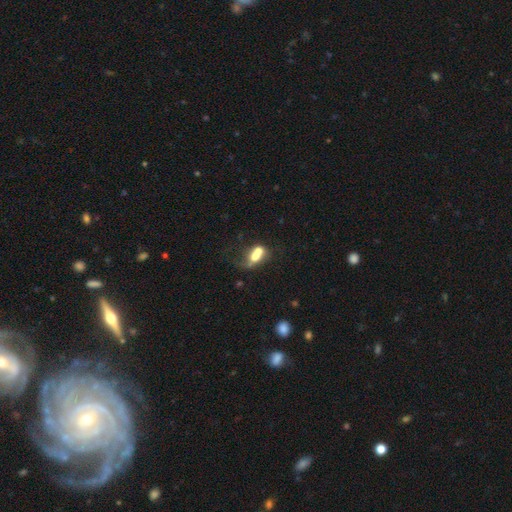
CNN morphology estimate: Smooth or featured: smooth — 58% (featured or disk — 32%)
How rounded: in between — 69% (round — 25%)
Merging: merger — 62% (none — 16%)